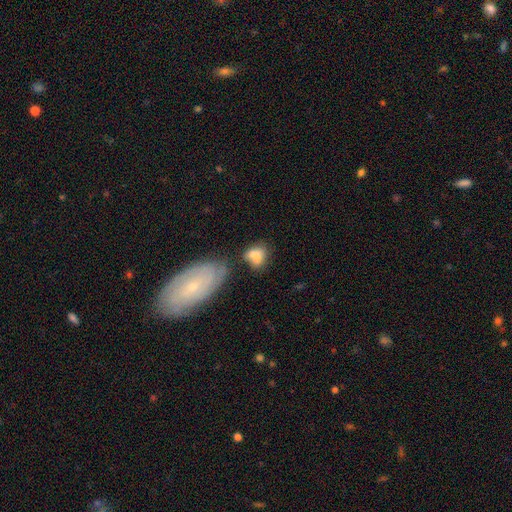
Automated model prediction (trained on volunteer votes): smooth_or_featured: smooth (p=0.74) [alt: featured or disk p=0.17]
how_rounded: in between (p=0.71) [alt: round p=0.26]
merging: none (p=0.35) [alt: merger p=0.31]